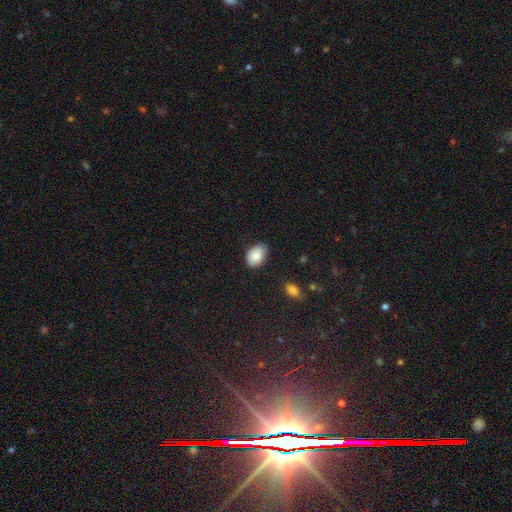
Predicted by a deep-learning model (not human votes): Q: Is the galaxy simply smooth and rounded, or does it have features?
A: smooth — 87%.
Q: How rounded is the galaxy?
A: in between — 86%.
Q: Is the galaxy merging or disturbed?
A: none — 75%.